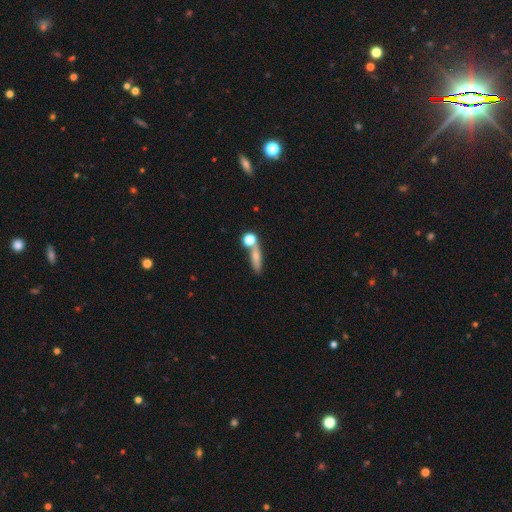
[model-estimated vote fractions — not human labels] This appears to be a smooth galaxy with no disk features (64%) that is cigar-shaped (51%). Merging: none (51%).